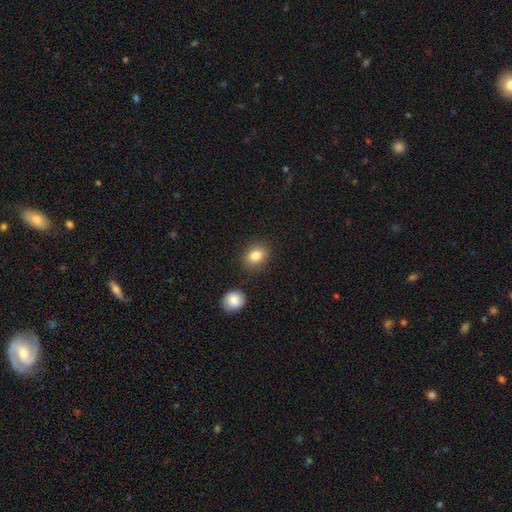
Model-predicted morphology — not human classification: A smooth galaxy with no disk features (83%) that is in between round and cigar-shaped (52%).

Vote fractions:
- Smooth or featured? smooth: 83% / star or artifact: 9% / featured or disk: 7%
- How rounded? in between: 52% / round: 47% / cigar-shaped: 1%
- Merging? none: 84% / minor disturbance: 9% / merger: 4% / major disturbance: 3%